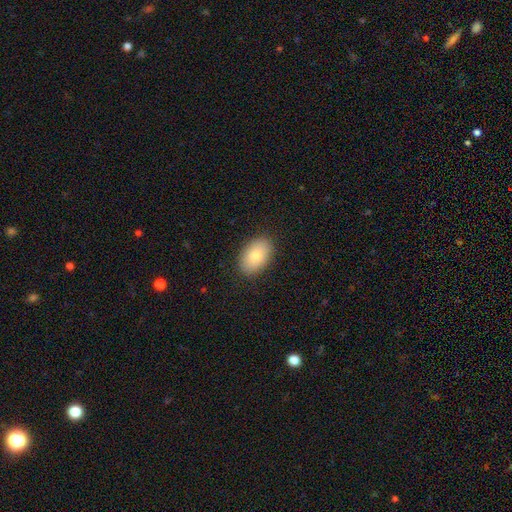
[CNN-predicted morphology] Q: Smooth or featured?
A: smooth (82%); runner-up: featured or disk (12%)
Q: How rounded?
A: in between (92%); runner-up: round (7%)
Q: Merging?
A: none (88%); runner-up: minor disturbance (9%)